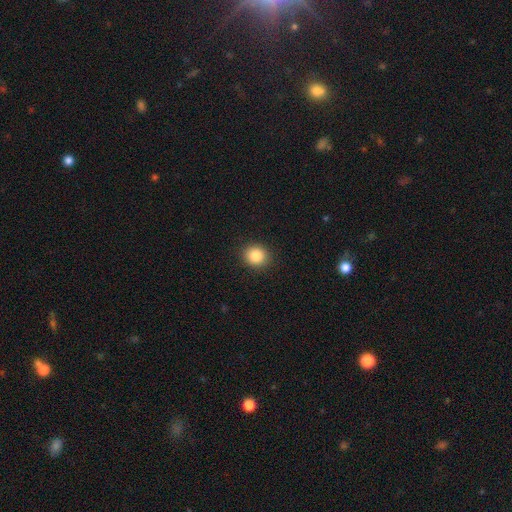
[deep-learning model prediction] smooth_or_featured: smooth (p=0.85) [alt: star or artifact p=0.10]
how_rounded: round (p=0.82) [alt: in between p=0.17]
merging: none (p=0.91) [alt: minor disturbance p=0.06]